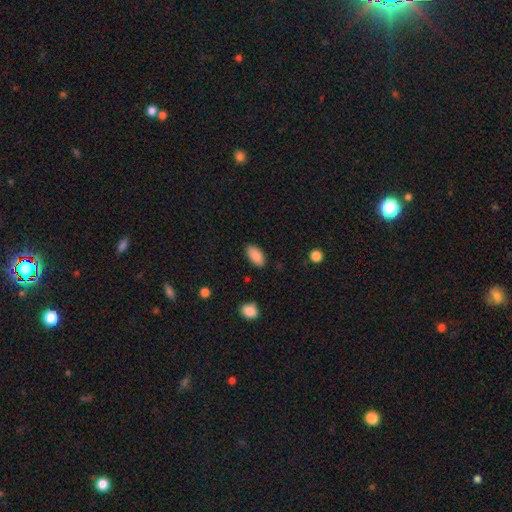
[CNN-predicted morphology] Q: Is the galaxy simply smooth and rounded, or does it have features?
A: smooth — 89%.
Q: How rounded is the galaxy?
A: in between — 92%.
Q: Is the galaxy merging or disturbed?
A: none — 87%.